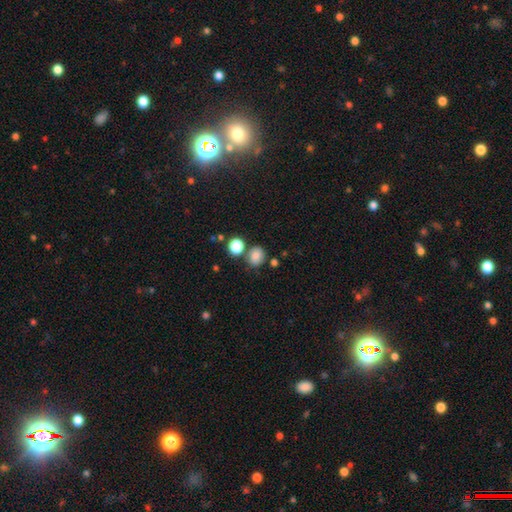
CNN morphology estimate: Smooth or featured? smooth (82%)
How rounded? round (61%)
Merging? none (69%)